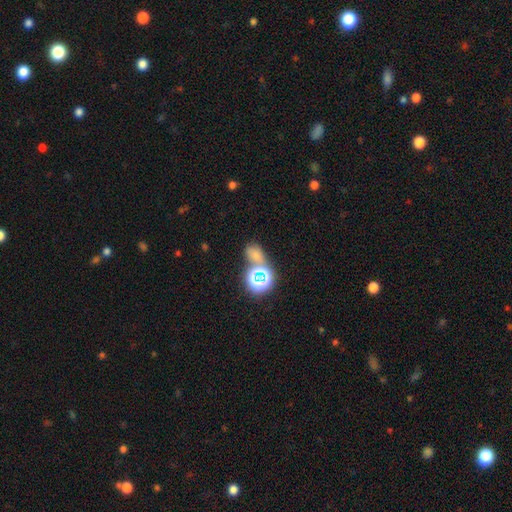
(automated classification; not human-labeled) Morphology: type=smooth (53%); roundness=in between (59%); merging=none (50%).